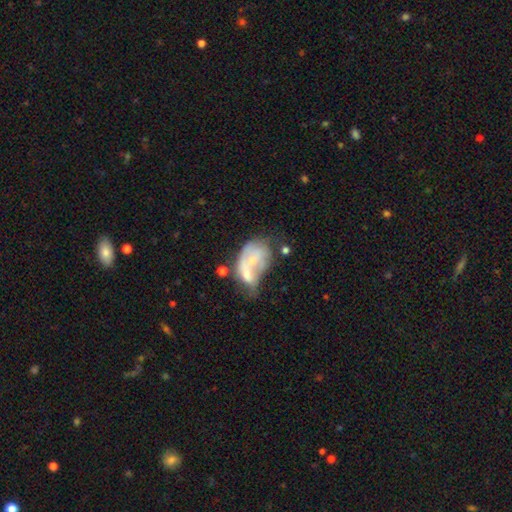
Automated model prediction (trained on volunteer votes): A featured or disk galaxy (49%). Merging: merger (50%).